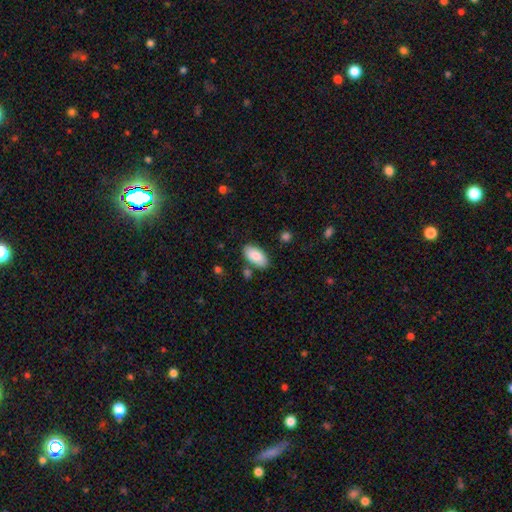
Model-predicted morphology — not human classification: This is clearly a smooth galaxy (85%). How rounded: clearly in between (94%). Merging: clearly none (81%).